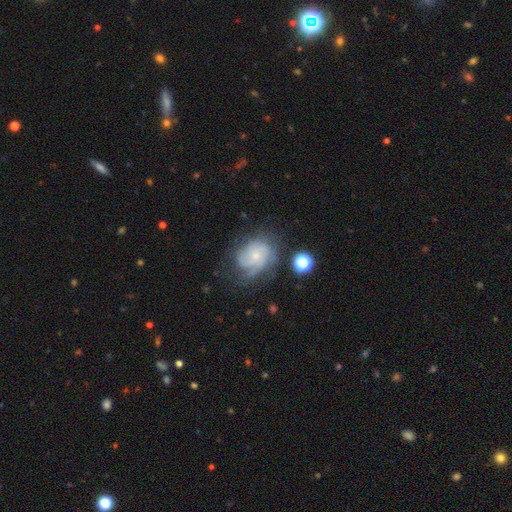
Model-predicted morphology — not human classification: Q: Smooth or featured?
A: featured or disk (68%); runner-up: smooth (23%)
Q: Edge-on disk?
A: no (97%); runner-up: yes (3%)
Q: Bar?
A: no (75%); runner-up: weak (22%)
Q: Spiral arms?
A: yes (89%); runner-up: no (11%)
Q: Spiral winding?
A: tight (52%); runner-up: medium (34%)
Q: Spiral arm count?
A: can't tell (42%); runner-up: 3 (21%)
Q: Bulge size?
A: small (71%); runner-up: moderate (20%)
Q: Merging?
A: none (54%); runner-up: minor disturbance (24%)